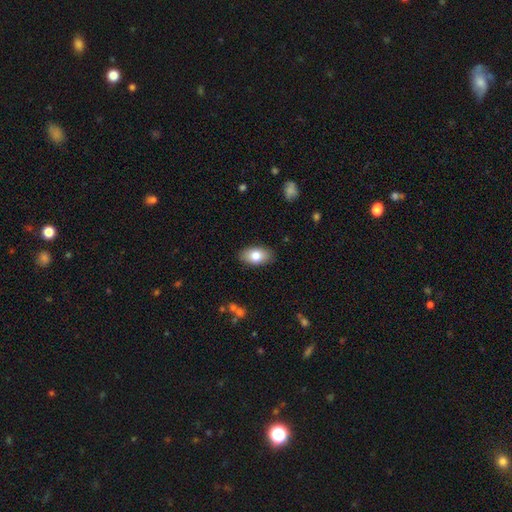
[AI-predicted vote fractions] Overall: smooth (79%). How rounded: in between (93%). Merging: none (87%).